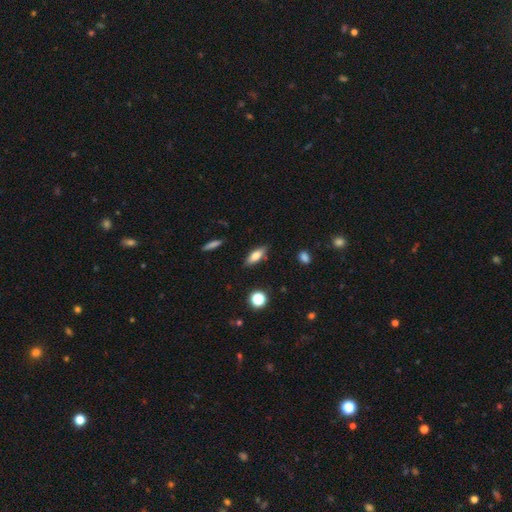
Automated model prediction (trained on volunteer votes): This appears to be a smooth galaxy with no disk features (74%) that is in between round and cigar-shaped (65%). Merging: none (84%).